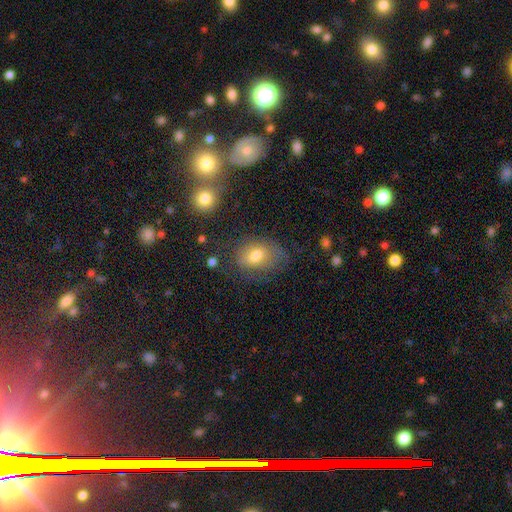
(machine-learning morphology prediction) type=smooth (68%); roundness=in between (71%); merging=none (53%).